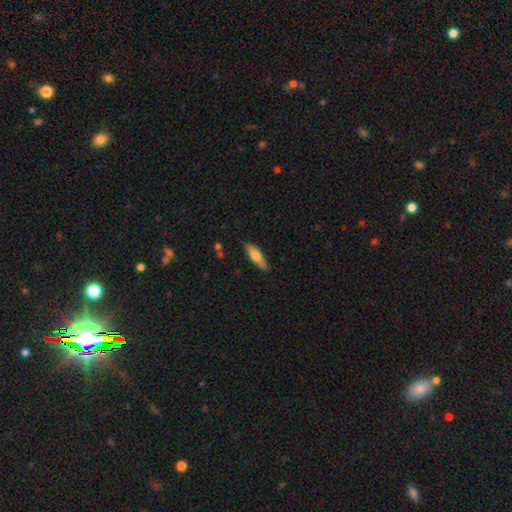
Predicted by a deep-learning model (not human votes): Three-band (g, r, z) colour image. It shows a smooth galaxy with no disk features (68%) that is cigar-shaped (58%). Merging: none (87%).